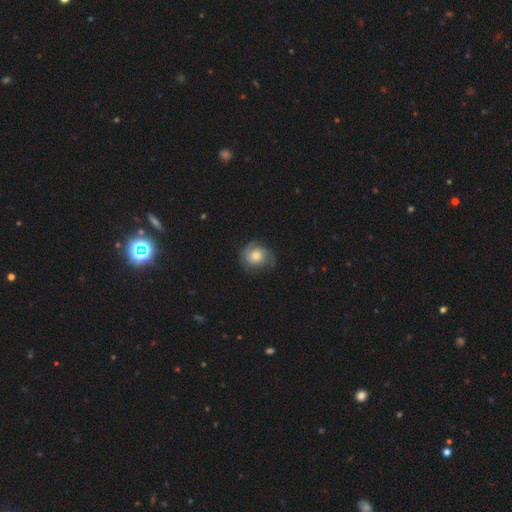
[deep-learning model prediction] Smooth or featured? Predicted: featured or disk (p=0.55). Edge-on disk? Predicted: no (p=0.97). Bar? Predicted: no (p=0.79). Spiral arms? Predicted: yes (p=0.89). Bulge size? Predicted: moderate (p=0.56). Merging? Predicted: none (p=0.68).